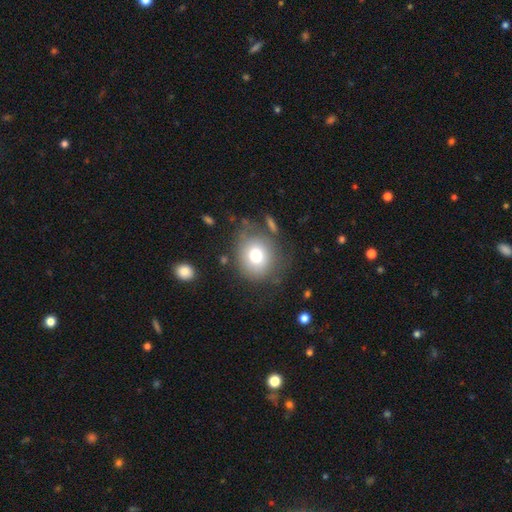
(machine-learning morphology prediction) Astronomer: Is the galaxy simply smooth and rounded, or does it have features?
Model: smooth — 75%.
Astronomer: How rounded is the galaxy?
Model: round — 77%.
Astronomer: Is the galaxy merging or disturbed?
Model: none — 70%.